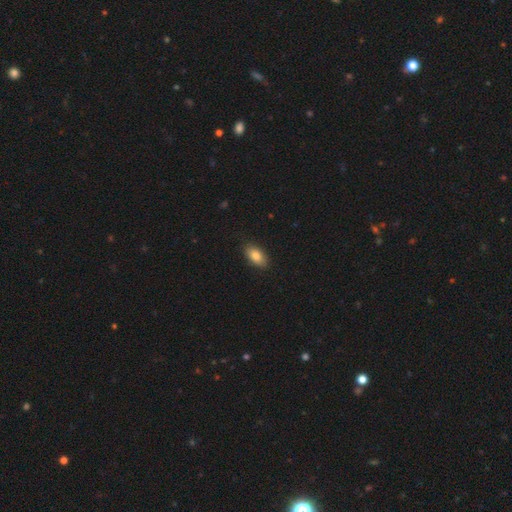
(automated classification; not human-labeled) The model was most divided on "smooth or featured": smooth: 83%, featured or disk: 10%, star or artifact: 7%. More confident: how rounded — in between (91%); merging — none (87%).